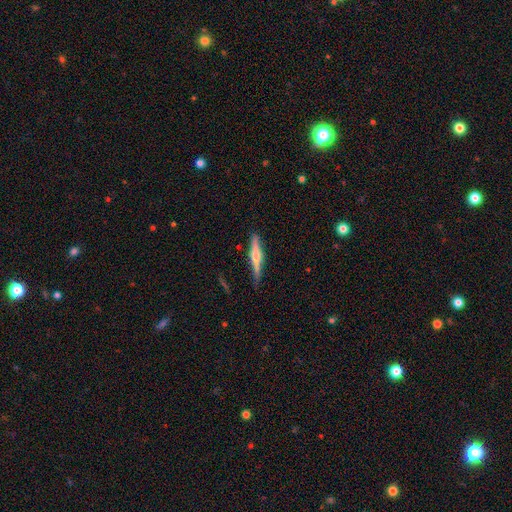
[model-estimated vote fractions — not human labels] featured or disk 59%, smooth 35%, star or artifact 6%. Down the decision tree: edge-on disk — yes (97%); edge-on bulge — rounded (76%); merging — none (83%).